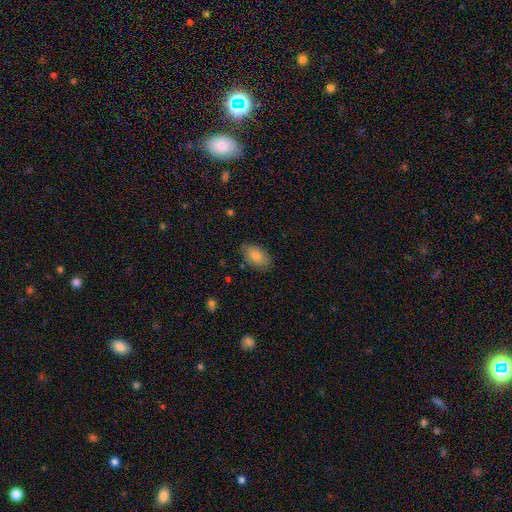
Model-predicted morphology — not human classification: Smooth or featured?
  - smooth: 81% *
  - featured or disk: 11%
  - star or artifact: 8%
How rounded?
  - in between: 92% *
  - round: 6%
  - cigar-shaped: 2%
Merging?
  - none: 83% *
  - minor disturbance: 13%
  - major disturbance: 3%
  - merger: 1%